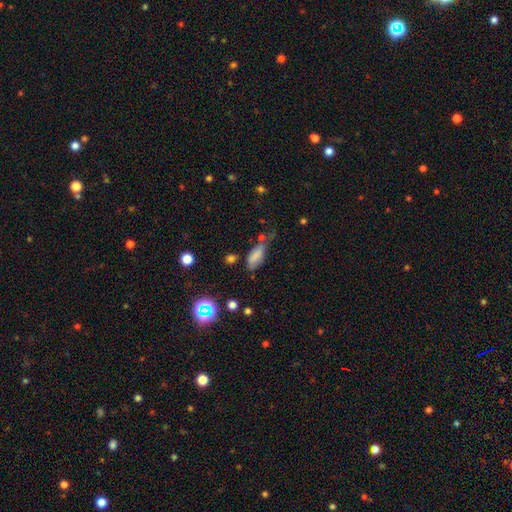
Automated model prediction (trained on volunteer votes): This appears to be a smooth galaxy with no disk features (75%) that is in between round and cigar-shaped (76%). Merging: minor disturbance (35%).